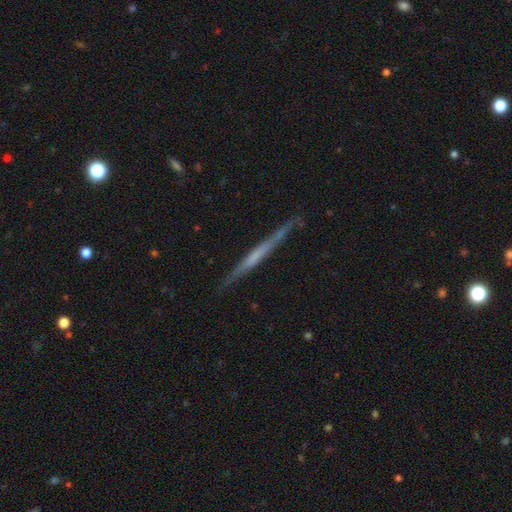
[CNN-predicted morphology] This appears to be a featured or disk galaxy (61%) viewed edge-on (97%) with no central bulge (77%). Merging: none (86%).